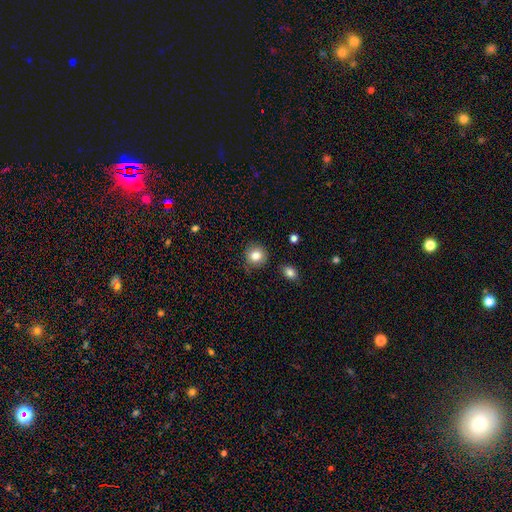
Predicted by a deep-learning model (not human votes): This is clearly a smooth galaxy (83%). How rounded: clearly round (89%). Merging: clearly none (84%).